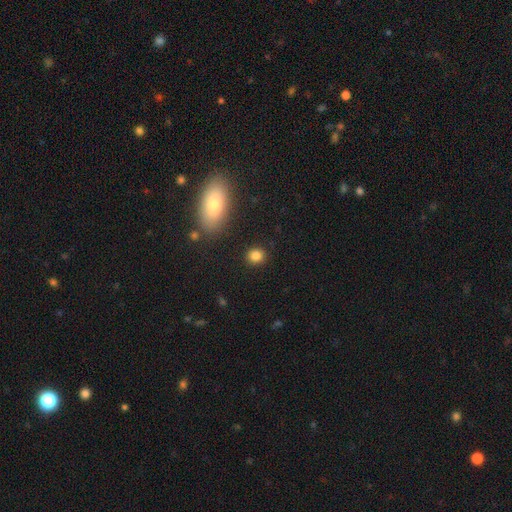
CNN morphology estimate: Smooth or featured: smooth — 84% (star or artifact — 11%)
How rounded: round — 76% (in between — 22%)
Merging: none — 89% (minor disturbance — 7%)